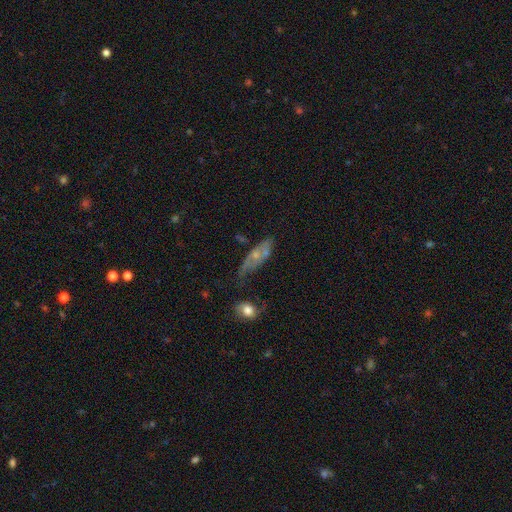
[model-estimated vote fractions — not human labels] featured or disk 47%, smooth 44%, star or artifact 9%. Down the decision tree: merging — none (44%).